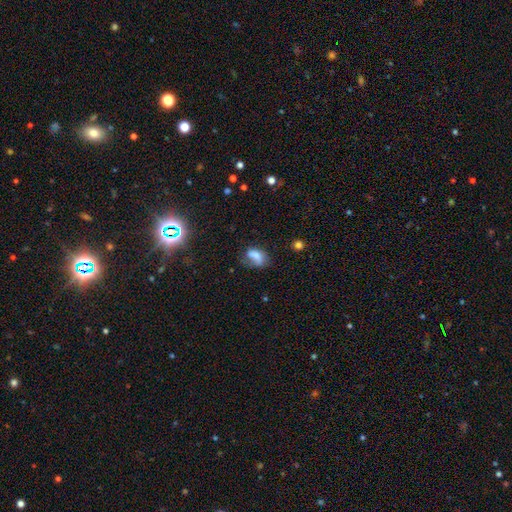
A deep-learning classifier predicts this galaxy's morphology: Q: Smooth or featured?
A: smooth (65%); runner-up: featured or disk (23%)
Q: How rounded?
A: in between (82%); runner-up: round (15%)
Q: Merging?
A: none (36%); runner-up: minor disturbance (28%)